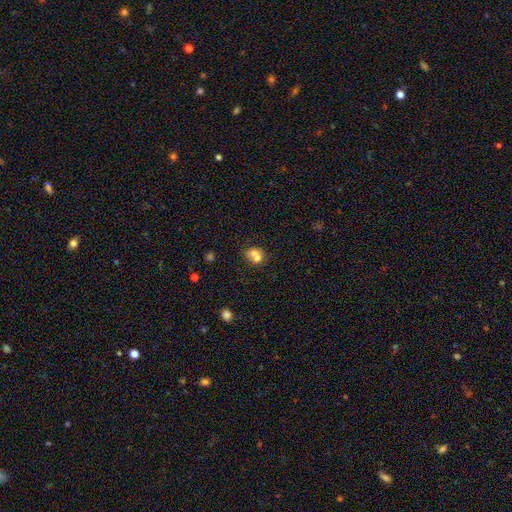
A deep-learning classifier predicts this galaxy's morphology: smooth-or-featured: smooth: 67% | featured or disk: 22% | star or artifact: 12%
  how-rounded: round: 66% | in between: 33% | cigar-shaped: 1%
  merging: merger: 62% | none: 28% | minor disturbance: 7% | major disturbance: 3%